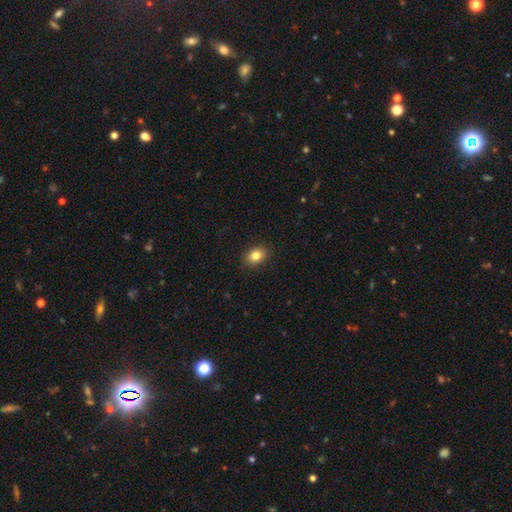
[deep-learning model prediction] A smooth galaxy with no disk features (83%) that is in between round and cigar-shaped (69%).

Vote fractions:
- Smooth or featured? smooth: 83% / star or artifact: 10% / featured or disk: 7%
- How rounded? in between: 69% / round: 30% / cigar-shaped: 1%
- Merging? none: 90% / minor disturbance: 8% / major disturbance: 2% / merger: 1%